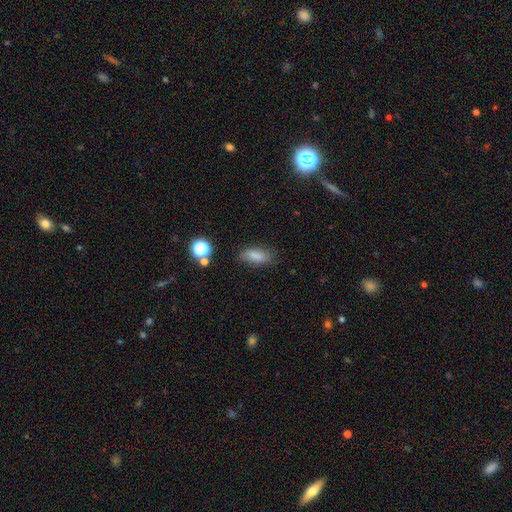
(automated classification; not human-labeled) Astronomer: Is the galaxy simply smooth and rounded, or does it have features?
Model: smooth — 82%.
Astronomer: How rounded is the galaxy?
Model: in between — 78%.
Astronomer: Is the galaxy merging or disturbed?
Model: none — 77%.